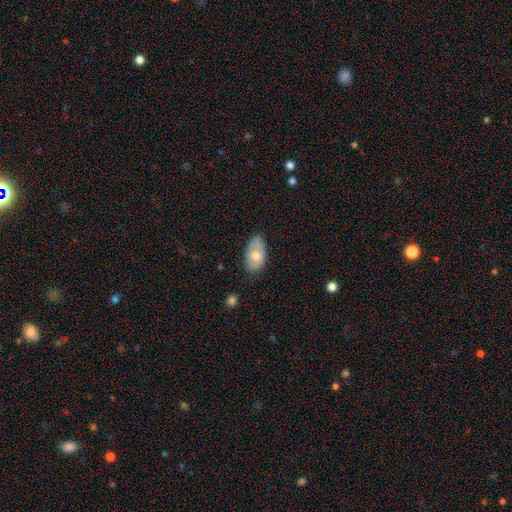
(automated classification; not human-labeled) Smooth or featured: smooth — 63% (featured or disk — 30%)
How rounded: in between — 92% (round — 5%)
Merging: none — 66% (minor disturbance — 27%)